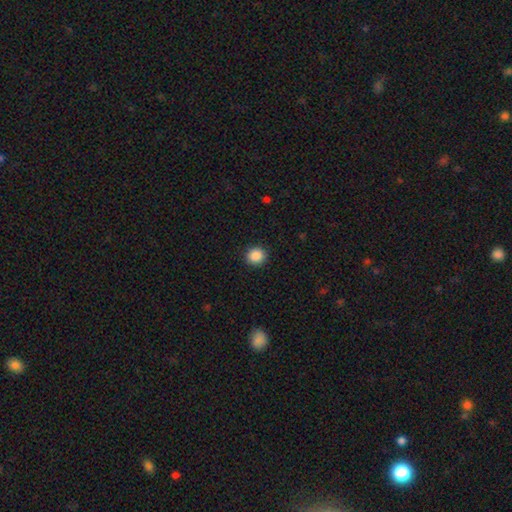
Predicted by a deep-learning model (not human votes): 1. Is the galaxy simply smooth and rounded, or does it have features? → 88% smooth, 9% star or artifact, 3% featured or disk.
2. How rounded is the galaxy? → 88% round, 11% in between, 1% cigar-shaped.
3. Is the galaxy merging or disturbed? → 91% none, 6% minor disturbance, 2% major disturbance, 1% merger.